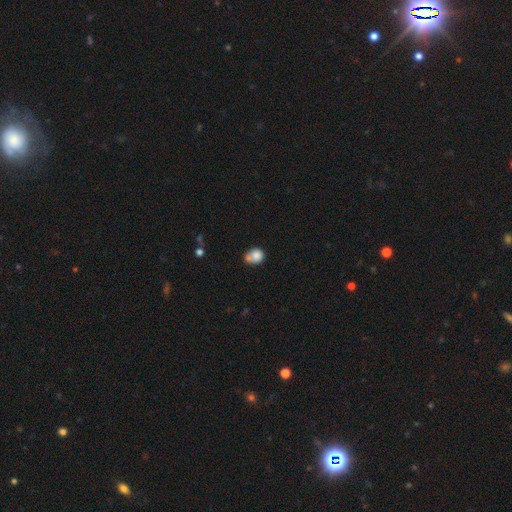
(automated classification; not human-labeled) This appears to be a smooth galaxy with no disk features (80%) that is round (62%). Merging: none (40%).